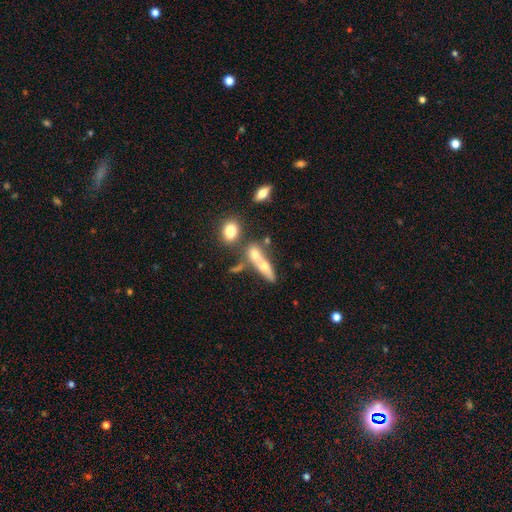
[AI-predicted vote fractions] This is possibly a smooth galaxy (46%). Merging: marginally merger (43%).